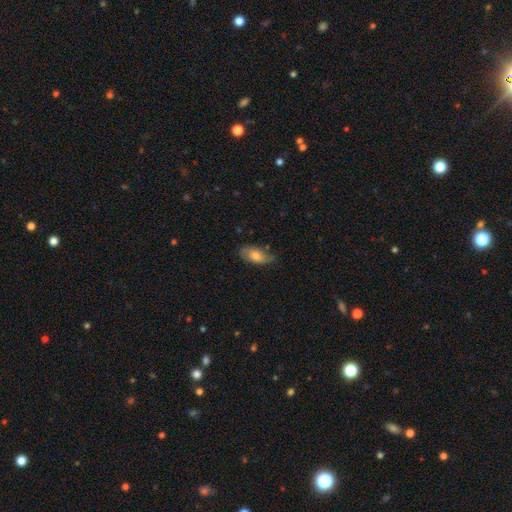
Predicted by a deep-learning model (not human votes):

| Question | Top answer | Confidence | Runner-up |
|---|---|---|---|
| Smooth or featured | smooth | 67% | featured or disk (25%) |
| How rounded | in between | 87% | cigar-shaped (10%) |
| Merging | none | 66% | minor disturbance (26%) |